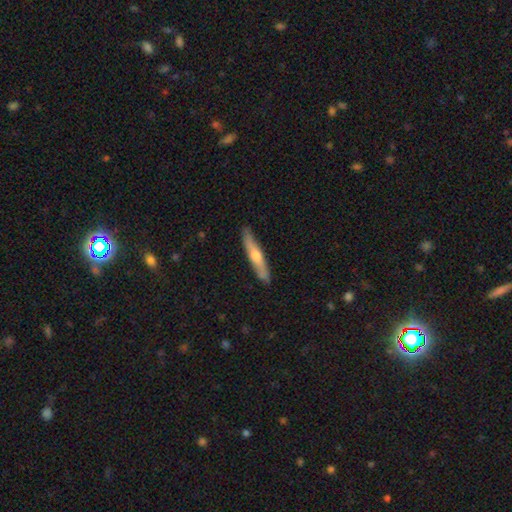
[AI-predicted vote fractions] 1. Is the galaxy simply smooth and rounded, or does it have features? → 51% featured or disk, 43% smooth, 6% star or artifact.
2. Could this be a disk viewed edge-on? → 90% yes, 10% no.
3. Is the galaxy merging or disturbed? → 88% none, 9% minor disturbance, 2% major disturbance, 1% merger.